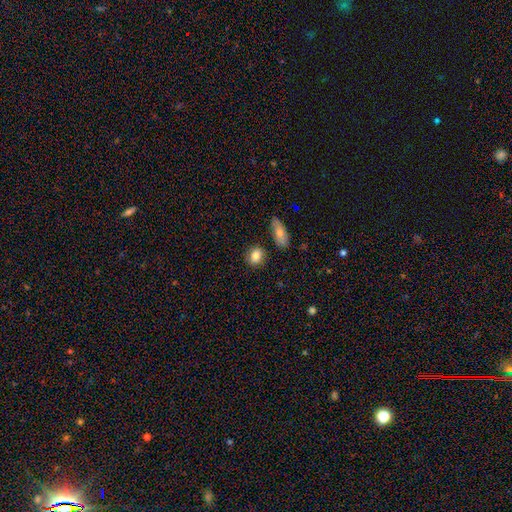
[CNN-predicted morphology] A smooth galaxy with no disk features (84%) that is round (62%).

Vote fractions:
- Smooth or featured? smooth: 84% / featured or disk: 8% / star or artifact: 8%
- How rounded? round: 62% / in between: 36% / cigar-shaped: 2%
- Merging? none: 83% / minor disturbance: 10% / merger: 5% / major disturbance: 2%